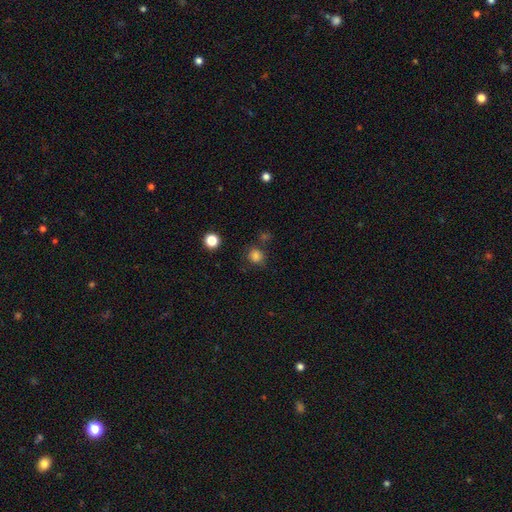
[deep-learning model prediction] Smooth or featured? Predicted: smooth (p=0.80). How rounded? Predicted: round (p=0.87). Merging? Predicted: none (p=0.76).